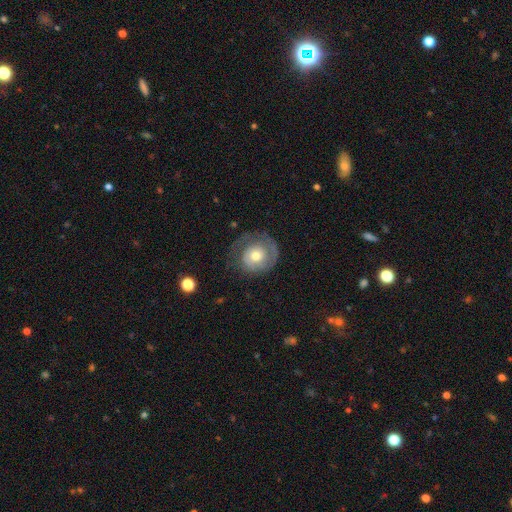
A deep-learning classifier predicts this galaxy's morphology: A featured or disk galaxy (53%) with no bar (83%), spiral arms (71%) and a moderate central bulge (68%). Merging: none (57%).